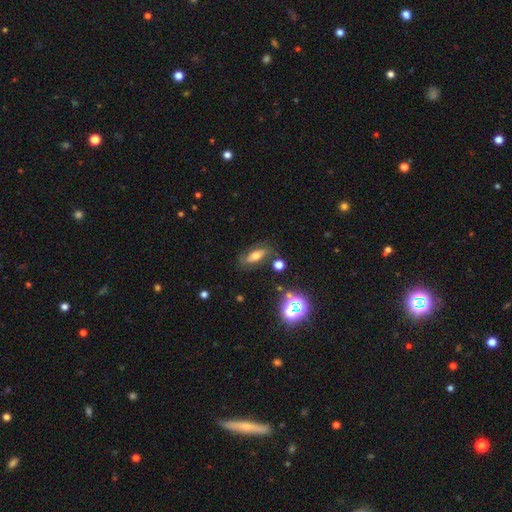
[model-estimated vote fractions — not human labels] Smooth or featured? smooth (45%)
Merging? none (72%)